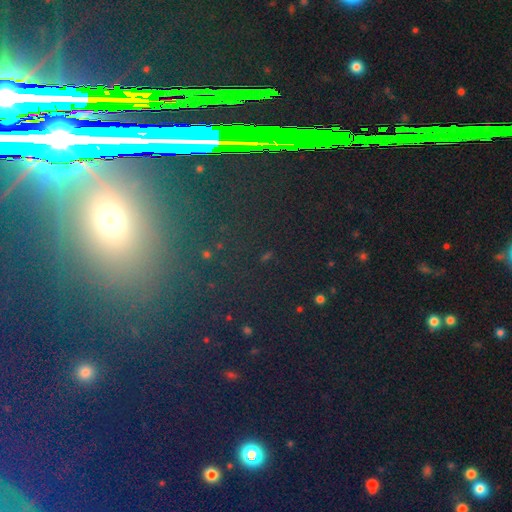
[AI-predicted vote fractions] star or artifact 68%, smooth 21%, featured or disk 10%.